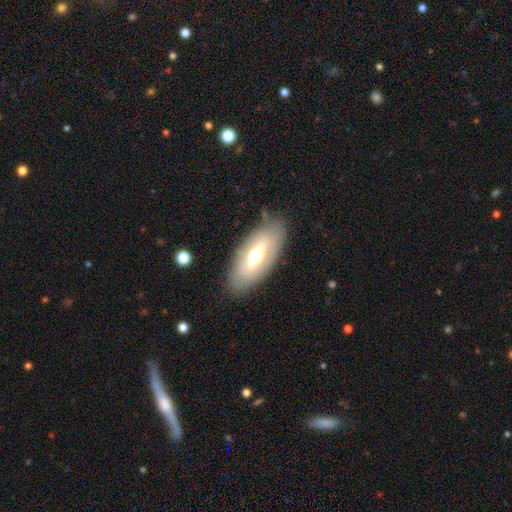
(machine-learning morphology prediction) smooth-or-featured: featured or disk: 54% | smooth: 39% | star or artifact: 6%
  disk-edge-on: no: 74% | yes: 26%
  merging: none: 79% | minor disturbance: 14% | major disturbance: 5% | merger: 2%